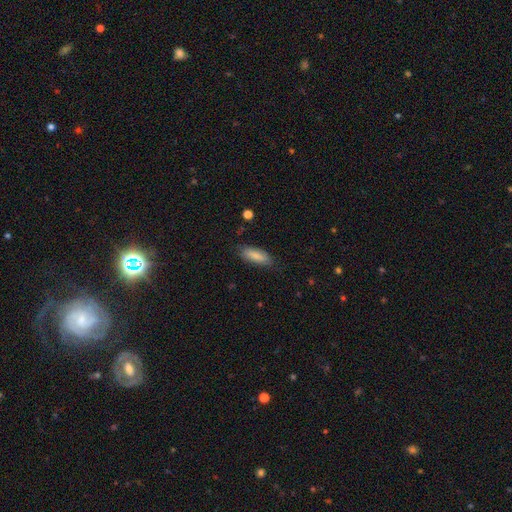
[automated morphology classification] Smooth or featured?
  - smooth: 84% *
  - featured or disk: 10%
  - star or artifact: 6%
How rounded?
  - in between: 65% *
  - cigar-shaped: 34%
  - round: 2%
Merging?
  - none: 80% *
  - minor disturbance: 16%
  - major disturbance: 3%
  - merger: 1%